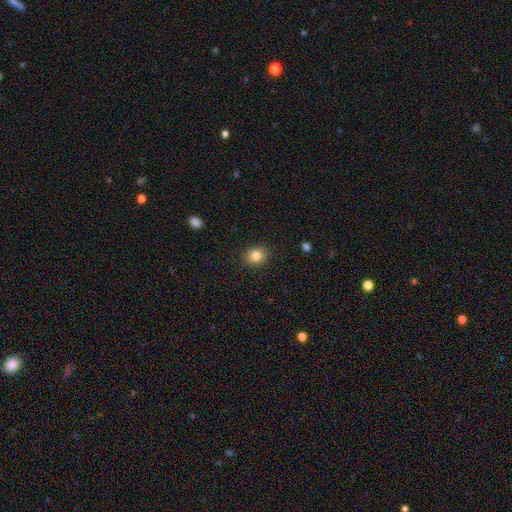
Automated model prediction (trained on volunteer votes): This appears to be a smooth galaxy with no disk features (85%) that is round (66%). Merging: none (89%).